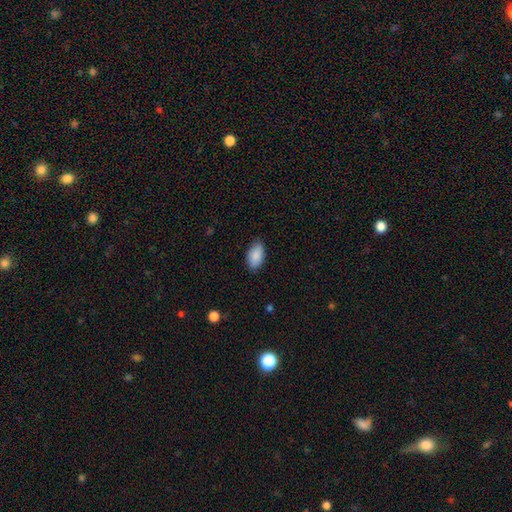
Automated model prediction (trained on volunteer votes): This is clearly a smooth galaxy (89%). How rounded: clearly in between (94%). Merging: clearly none (83%).